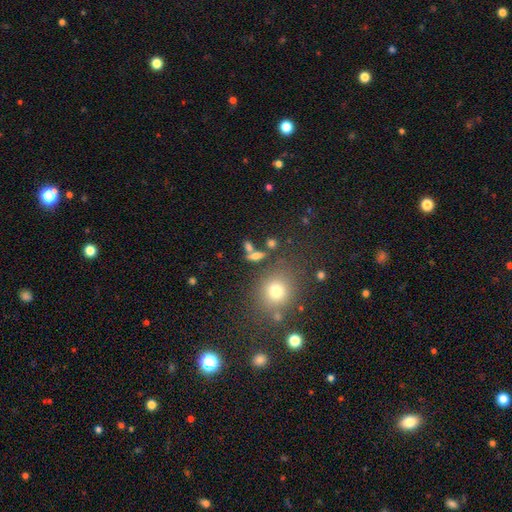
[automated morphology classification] This is likely a smooth galaxy (66%). How rounded: possibly in between (53%). Merging: likely none (62%).